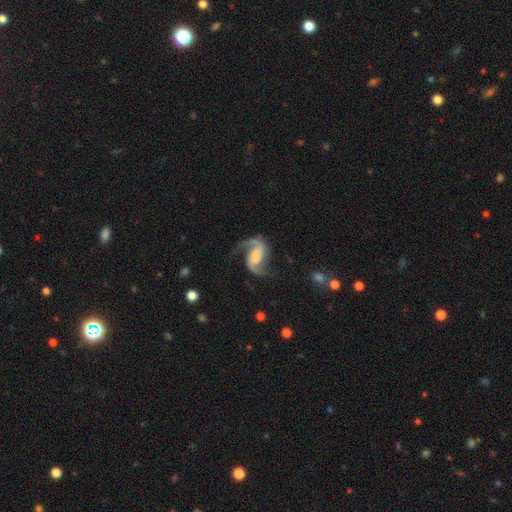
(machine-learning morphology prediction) A featured or disk galaxy (90%) with a weak bar (41%), 2 (93%) loose (47%) spiral arms (98%) and a small central bulge (38%). Merging: none (68%).